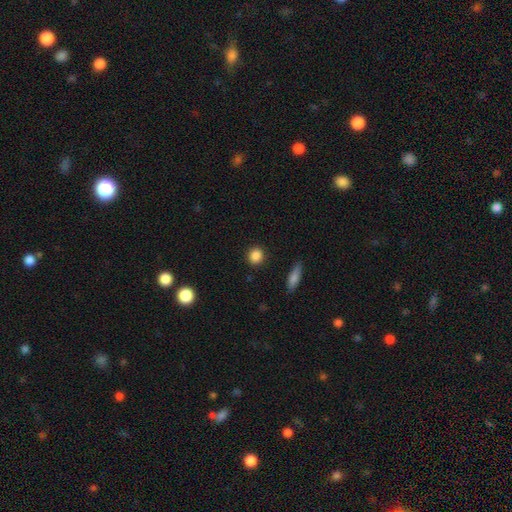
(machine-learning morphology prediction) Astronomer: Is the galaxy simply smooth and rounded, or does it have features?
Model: smooth — 87%.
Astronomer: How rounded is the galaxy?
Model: round — 83%.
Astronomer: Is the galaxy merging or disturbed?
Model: none — 90%.